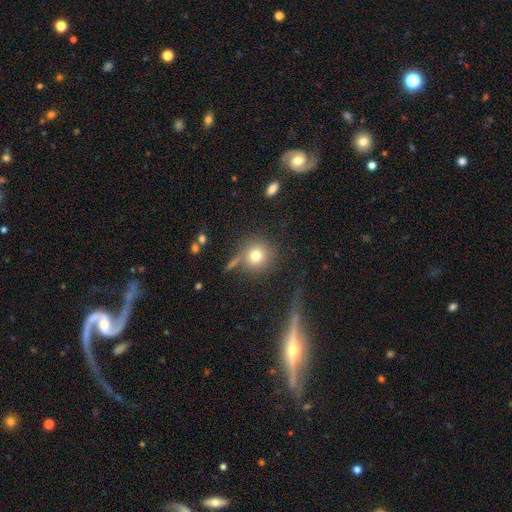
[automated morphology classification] Smooth or featured? Predicted: smooth (p=0.75). How rounded? Predicted: round (p=0.91). Merging? Predicted: none (p=0.72).